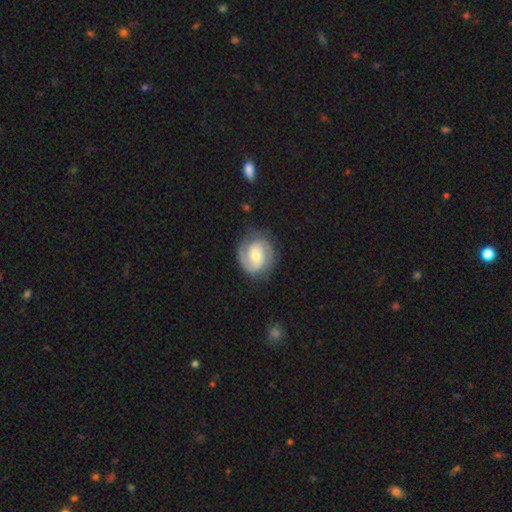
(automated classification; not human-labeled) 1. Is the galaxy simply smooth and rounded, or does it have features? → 84% featured or disk, 12% smooth, 4% star or artifact.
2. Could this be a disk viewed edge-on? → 98% no, 2% yes.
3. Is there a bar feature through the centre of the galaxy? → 48% no, 39% weak, 13% strong.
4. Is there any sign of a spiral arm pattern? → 96% yes, 4% no.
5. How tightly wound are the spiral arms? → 57% tight, 35% medium, 8% loose.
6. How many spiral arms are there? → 84% 2, 6% can't tell, 5% 1, 3% 3, 1% 4, 1% more than 4.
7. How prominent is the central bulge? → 57% moderate, 35% small, 5% large, 1% none, 1% dominant.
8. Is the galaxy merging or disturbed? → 80% none, 14% minor disturbance, 5% major disturbance, 1% merger.